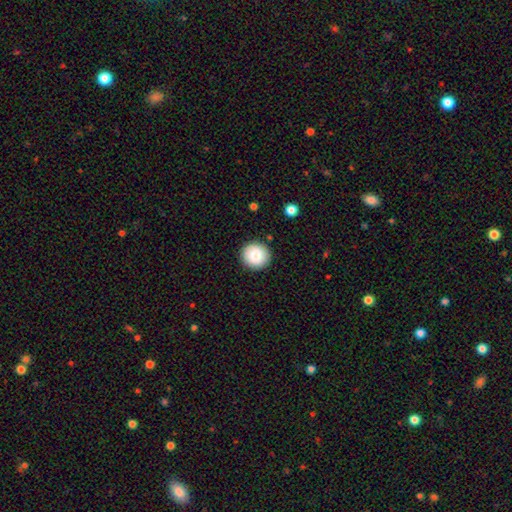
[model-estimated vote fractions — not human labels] smooth 83%, featured or disk 9%, star or artifact 8%. Down the decision tree: how rounded — round (93%); merging — none (90%).